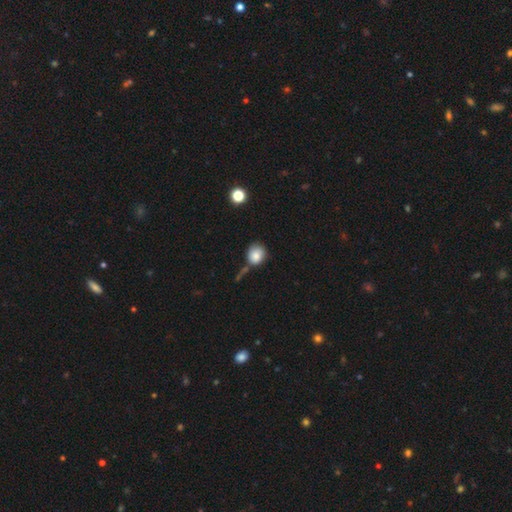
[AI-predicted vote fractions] Smooth or featured?
  - smooth: 83% *
  - star or artifact: 9%
  - featured or disk: 8%
How rounded?
  - round: 75% *
  - in between: 24%
  - cigar-shaped: 1%
Merging?
  - none: 53% *
  - minor disturbance: 24%
  - merger: 14%
  - major disturbance: 9%